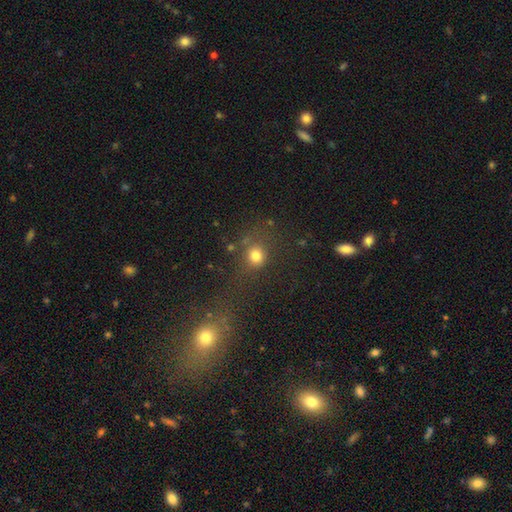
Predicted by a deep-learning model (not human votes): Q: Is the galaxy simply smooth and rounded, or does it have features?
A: smooth — 74%.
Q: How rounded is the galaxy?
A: round — 78%.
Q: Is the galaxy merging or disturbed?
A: none — 61%.